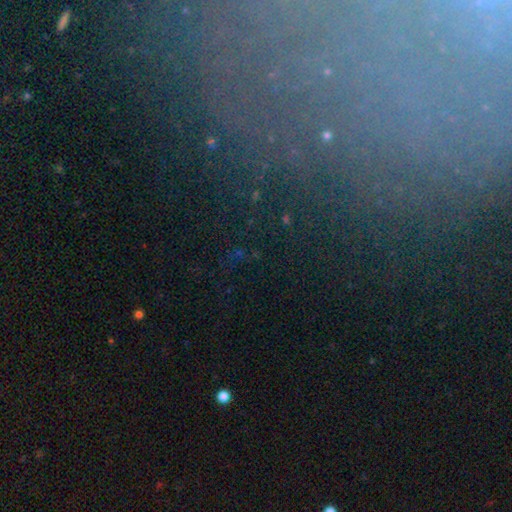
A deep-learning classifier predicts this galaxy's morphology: This appears to be a star or artifact, not a galaxy (54%).